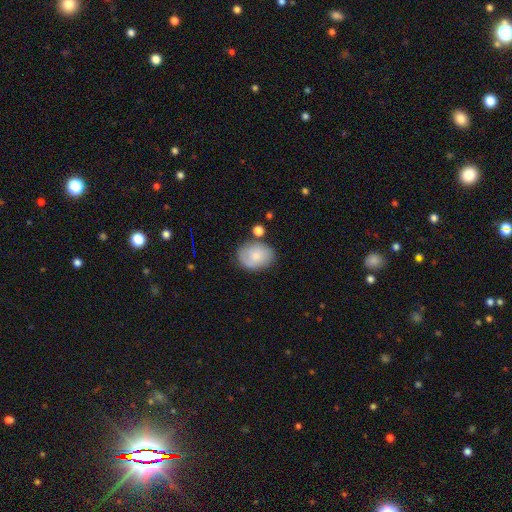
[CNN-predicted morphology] smooth_or_featured: smooth (p=0.67) [alt: featured or disk p=0.26]
how_rounded: in between (p=0.61) [alt: round p=0.38]
merging: none (p=0.66) [alt: minor disturbance p=0.20]